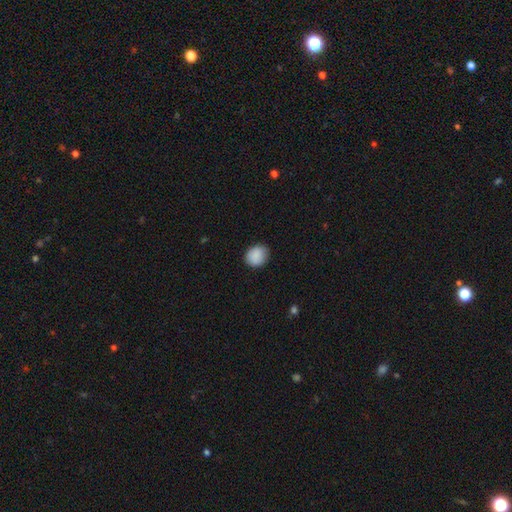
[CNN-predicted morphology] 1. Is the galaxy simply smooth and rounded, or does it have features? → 89% smooth, 8% star or artifact, 4% featured or disk.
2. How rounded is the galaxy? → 73% round, 26% in between, 1% cigar-shaped.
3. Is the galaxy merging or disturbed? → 84% none, 13% minor disturbance, 3% major disturbance, 1% merger.